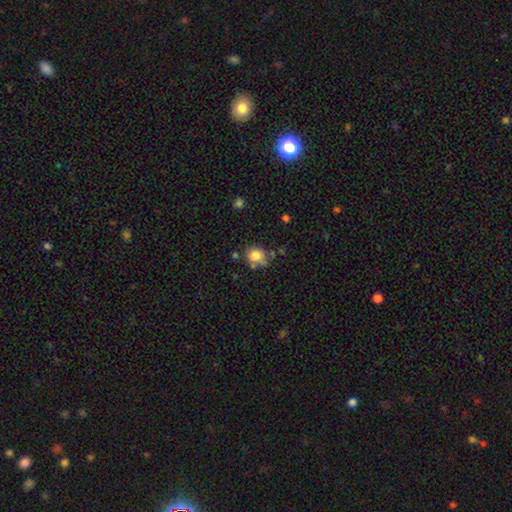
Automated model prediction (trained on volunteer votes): Smooth or featured: smooth — 82% (star or artifact — 10%)
How rounded: round — 76% (in between — 23%)
Merging: none — 61% (minor disturbance — 20%)